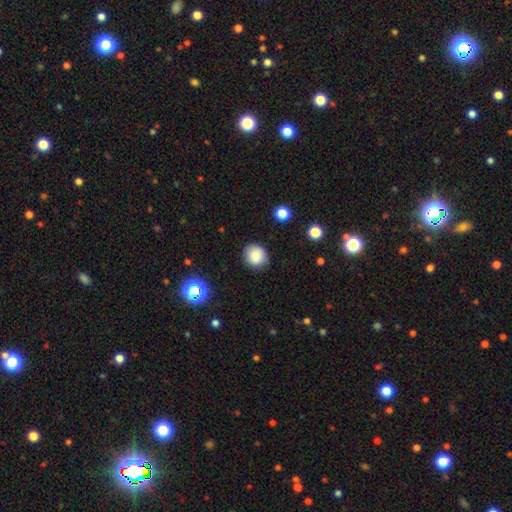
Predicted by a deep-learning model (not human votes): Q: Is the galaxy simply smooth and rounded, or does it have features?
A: smooth — 85%.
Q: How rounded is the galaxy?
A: round — 87%.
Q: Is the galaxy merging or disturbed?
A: none — 85%.